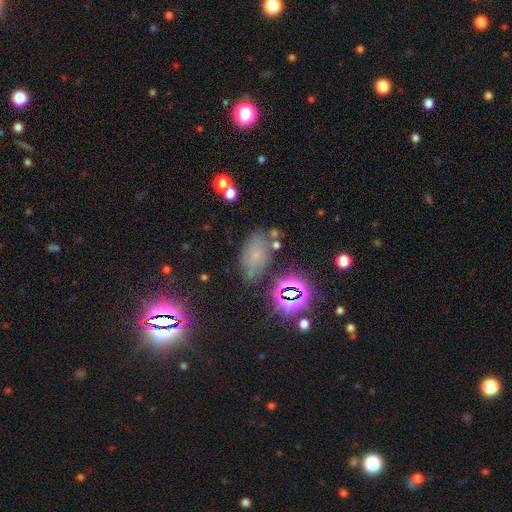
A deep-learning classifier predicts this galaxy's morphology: smooth-or-featured: smooth: 43% | star or artifact: 38% | featured or disk: 19%
  merging: none: 71% | minor disturbance: 18% | major disturbance: 6% | merger: 5%